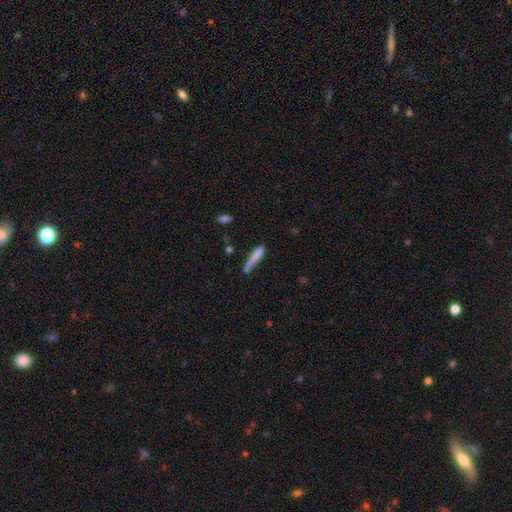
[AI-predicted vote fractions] smooth-or-featured: smooth: 74% | featured or disk: 18% | star or artifact: 8%
  how-rounded: cigar-shaped: 85% | in between: 13% | round: 2%
  merging: none: 44% | minor disturbance: 28% | major disturbance: 16% | merger: 13%